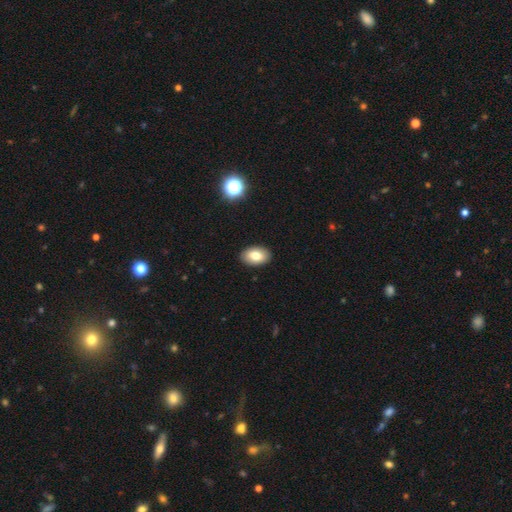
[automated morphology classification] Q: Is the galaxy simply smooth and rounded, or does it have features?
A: smooth — 79%.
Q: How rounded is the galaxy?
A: in between — 92%.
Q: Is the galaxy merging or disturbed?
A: none — 90%.